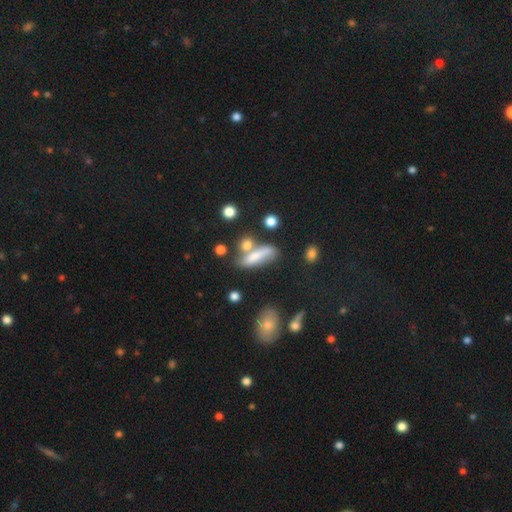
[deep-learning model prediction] smooth 65%, featured or disk 26%, star or artifact 9%. Down the decision tree: how rounded — cigar-shaped (54%); merging — none (45%).